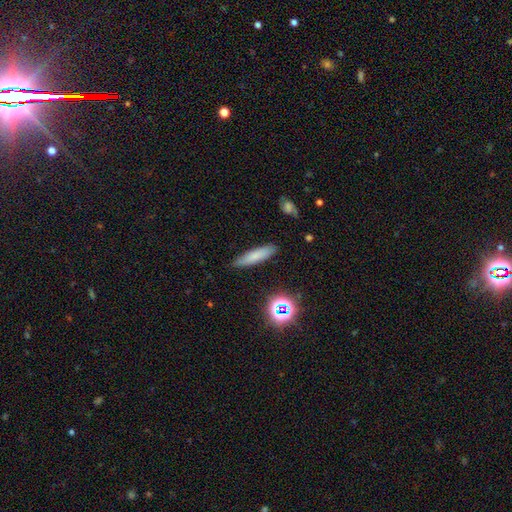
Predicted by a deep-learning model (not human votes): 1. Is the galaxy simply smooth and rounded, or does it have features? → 73% smooth, 15% featured or disk, 11% star or artifact.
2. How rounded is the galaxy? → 78% cigar-shaped, 20% in between, 2% round.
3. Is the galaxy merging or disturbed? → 84% none, 11% minor disturbance, 2% major disturbance, 2% merger.